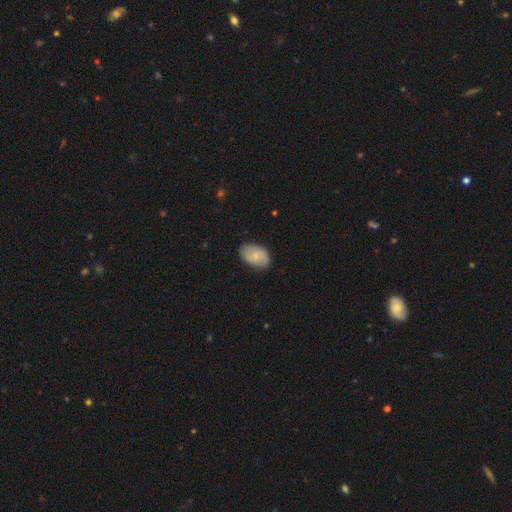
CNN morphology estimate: This is possibly a smooth galaxy (60%). How rounded: clearly in between (91%). Merging: clearly none (82%).